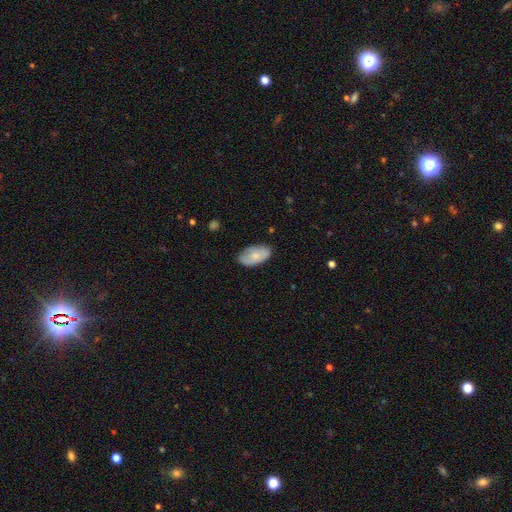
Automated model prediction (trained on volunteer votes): Overall: smooth (70%). How rounded: in between (94%). Merging: none (73%).